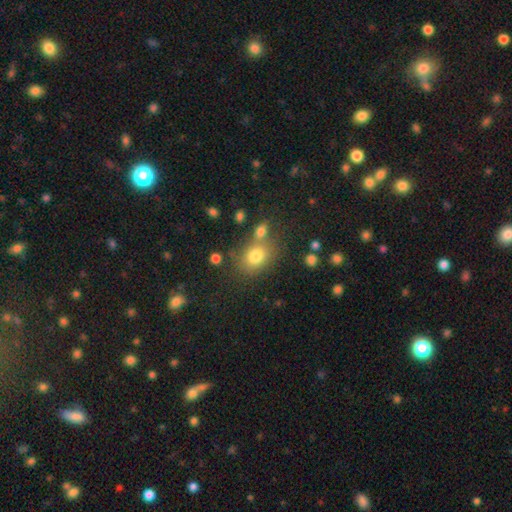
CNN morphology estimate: Q: Smooth or featured?
A: smooth (78%); runner-up: star or artifact (12%)
Q: How rounded?
A: in between (53%); runner-up: round (46%)
Q: Merging?
A: none (61%); runner-up: merger (21%)